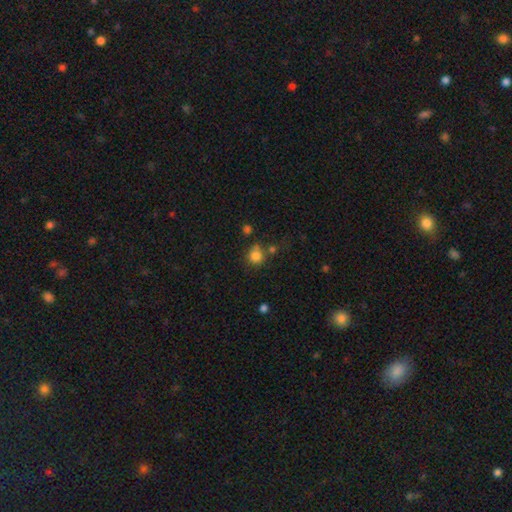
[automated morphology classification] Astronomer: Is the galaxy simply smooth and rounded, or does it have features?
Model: smooth — 81%.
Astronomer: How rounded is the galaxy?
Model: round — 89%.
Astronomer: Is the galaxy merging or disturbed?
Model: none — 65%.